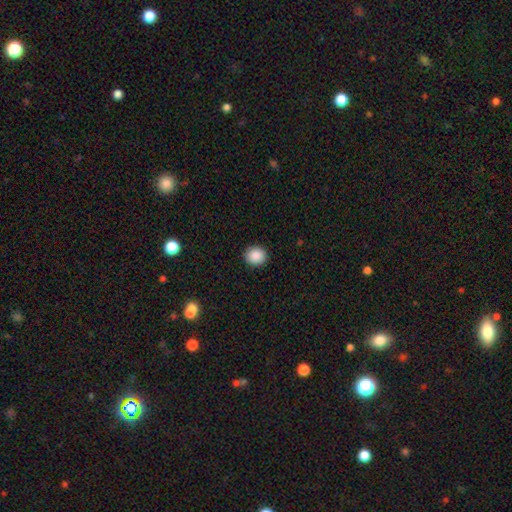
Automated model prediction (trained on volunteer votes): smooth 89%, star or artifact 9%, featured or disk 3%. Down the decision tree: how rounded — round (80%); merging — none (91%).